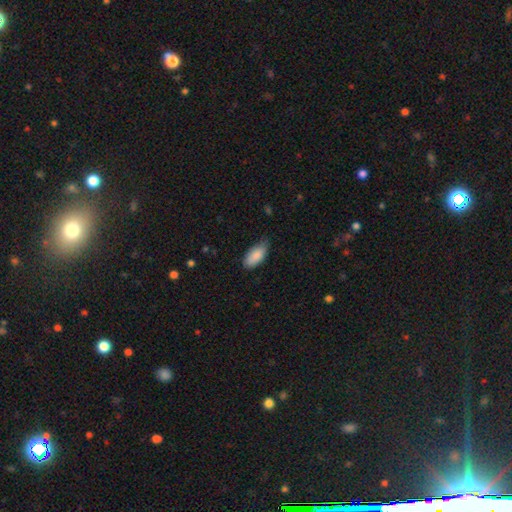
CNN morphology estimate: smooth 88%, featured or disk 6%, star or artifact 6%. Down the decision tree: how rounded — in between (91%); merging — none (62%).